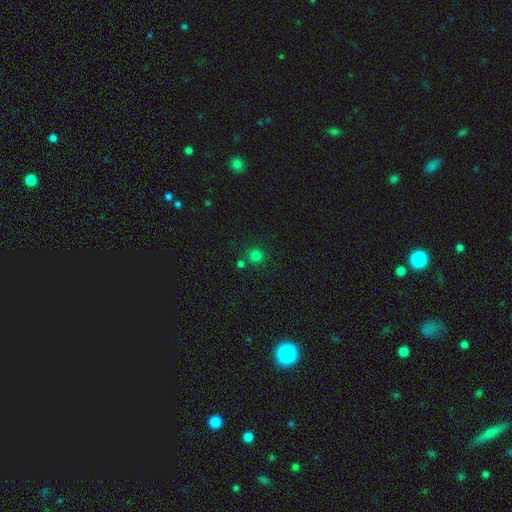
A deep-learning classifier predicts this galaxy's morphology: This appears to be a smooth galaxy with no disk features (77%) that is round (91%). Merging: none (77%).